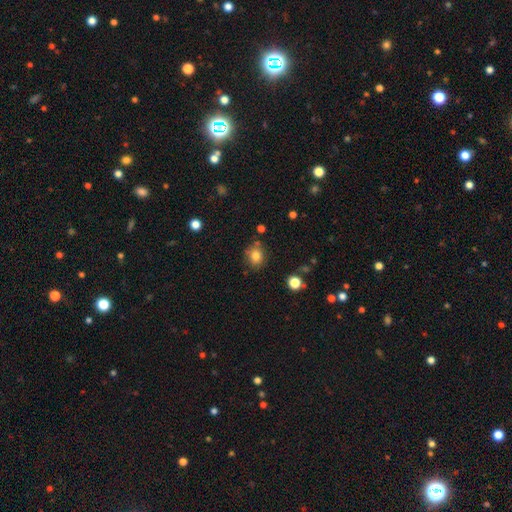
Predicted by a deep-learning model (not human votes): Smooth or featured?
  - smooth: 80% *
  - star or artifact: 12%
  - featured or disk: 8%
How rounded?
  - round: 65% *
  - in between: 34%
  - cigar-shaped: 1%
Merging?
  - none: 77% *
  - minor disturbance: 14%
  - merger: 5%
  - major disturbance: 3%